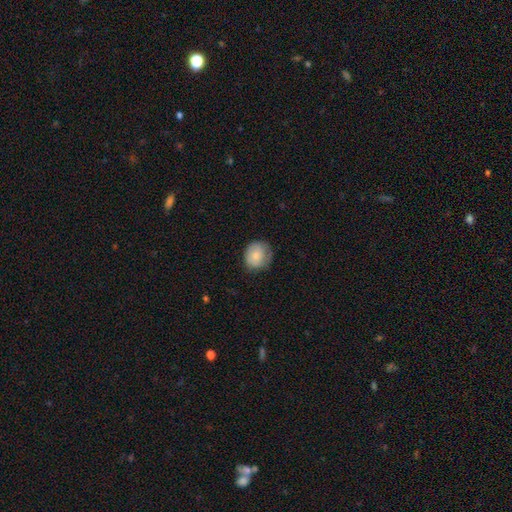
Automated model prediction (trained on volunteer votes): Smooth or featured?
  - smooth: 78% *
  - featured or disk: 15%
  - star or artifact: 7%
How rounded?
  - round: 70% *
  - in between: 30%
  - cigar-shaped: 1%
Merging?
  - none: 69% *
  - minor disturbance: 23%
  - major disturbance: 6%
  - merger: 1%